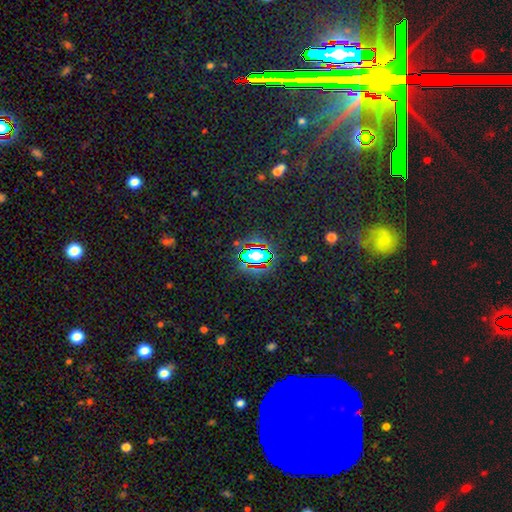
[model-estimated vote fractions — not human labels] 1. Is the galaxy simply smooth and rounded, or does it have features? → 64% star or artifact, 23% smooth, 13% featured or disk.